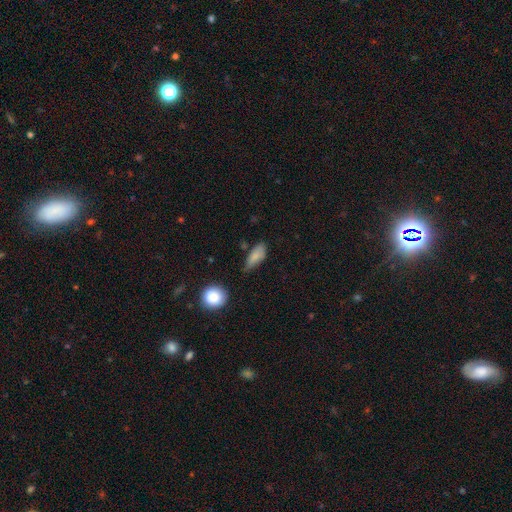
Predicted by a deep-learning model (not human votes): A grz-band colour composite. It shows a smooth galaxy with no disk features (82%) that is in between round and cigar-shaped (75%). Merging: none (51%).